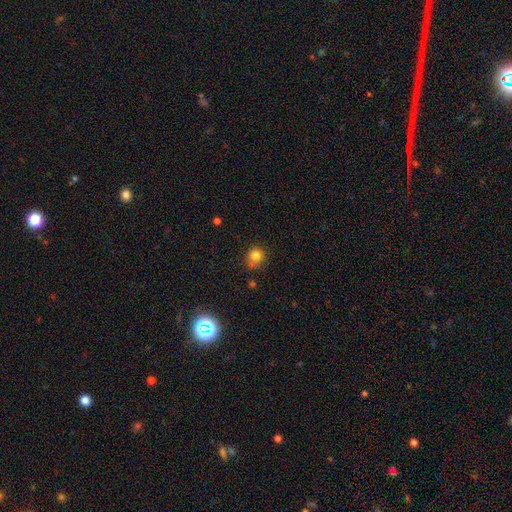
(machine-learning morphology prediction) The model was most divided on "merging": none: 68%, minor disturbance: 20%, merger: 6%, major disturbance: 5%. More confident: how rounded — round (85%); smooth or featured — smooth (80%).